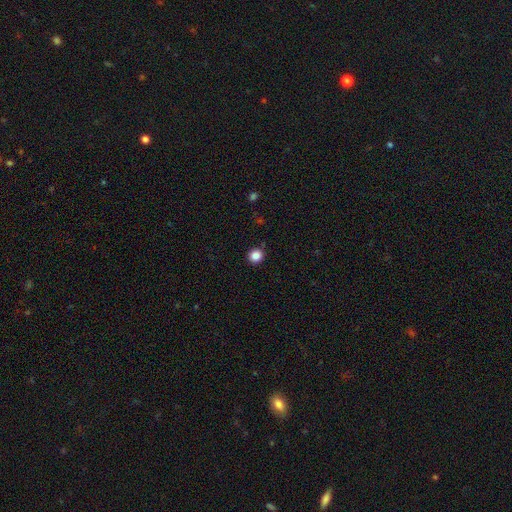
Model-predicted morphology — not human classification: Smooth or featured?
  - smooth: 85% *
  - star or artifact: 11%
  - featured or disk: 3%
How rounded?
  - round: 92% *
  - in between: 7%
  - cigar-shaped: 1%
Merging?
  - none: 91% *
  - minor disturbance: 6%
  - major disturbance: 2%
  - merger: 1%